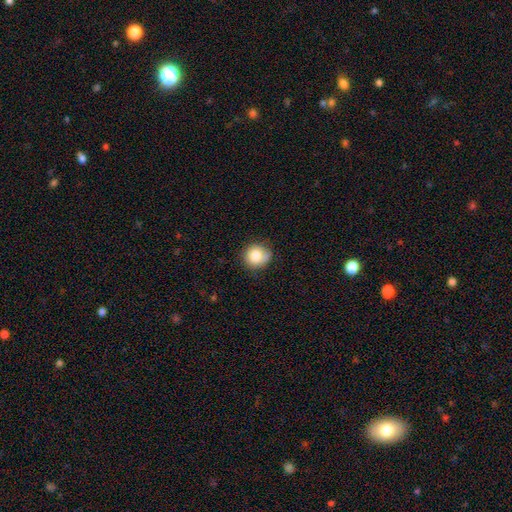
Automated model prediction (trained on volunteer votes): Overall: smooth (81%). How rounded: round (85%). Merging: none (68%).